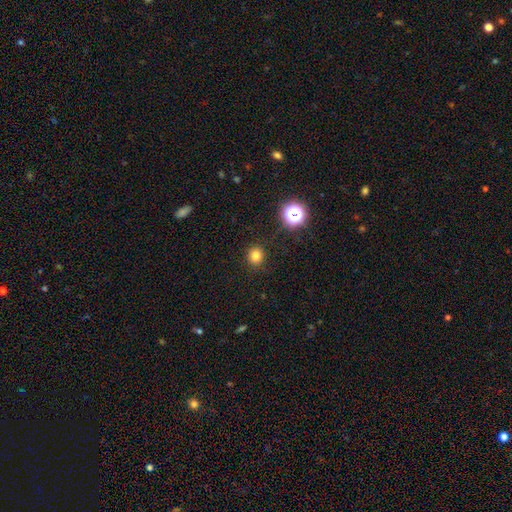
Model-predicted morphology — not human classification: A smooth galaxy with no disk features (79%) that is round (87%). Merging: none (90%).